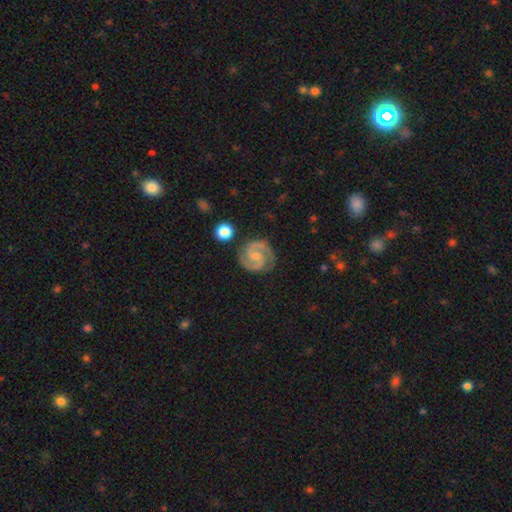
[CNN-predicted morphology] Q: Smooth or featured?
A: featured or disk (89%); runner-up: smooth (6%)
Q: Edge-on disk?
A: no (98%); runner-up: yes (2%)
Q: Bar?
A: no (54%); runner-up: weak (37%)
Q: Spiral arms?
A: yes (98%); runner-up: no (2%)
Q: Spiral winding?
A: tight (49%); runner-up: medium (45%)
Q: Spiral arm count?
A: 2 (92%); runner-up: 3 (2%)
Q: Bulge size?
A: small (54%); runner-up: moderate (33%)
Q: Merging?
A: none (81%); runner-up: minor disturbance (13%)